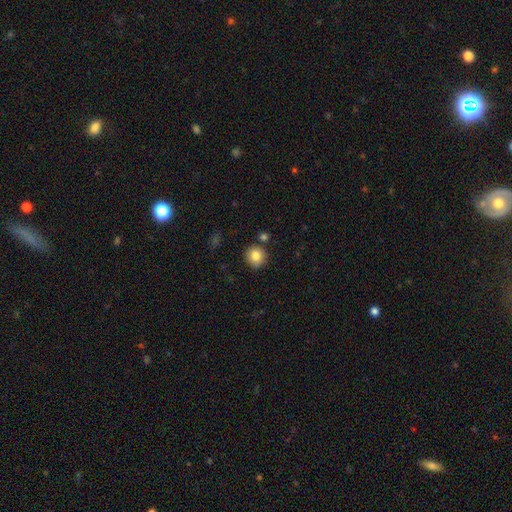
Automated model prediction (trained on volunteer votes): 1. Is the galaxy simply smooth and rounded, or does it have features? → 83% smooth, 10% star or artifact, 8% featured or disk.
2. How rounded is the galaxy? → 91% round, 8% in between, 1% cigar-shaped.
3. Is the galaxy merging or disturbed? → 84% none, 8% minor disturbance, 6% merger, 2% major disturbance.